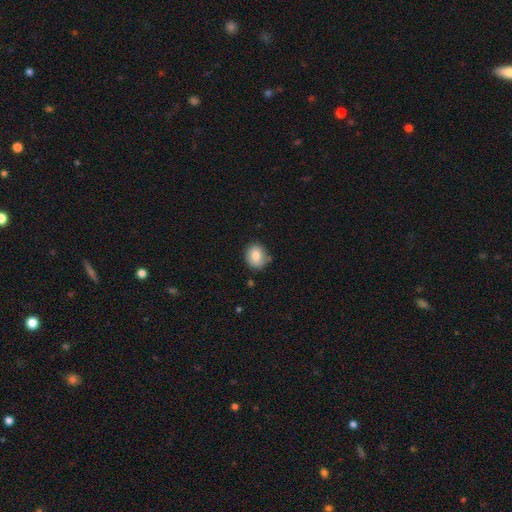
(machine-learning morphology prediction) Overall: smooth (81%). How rounded: round (67%; in between 32%). Merging: none (72%).